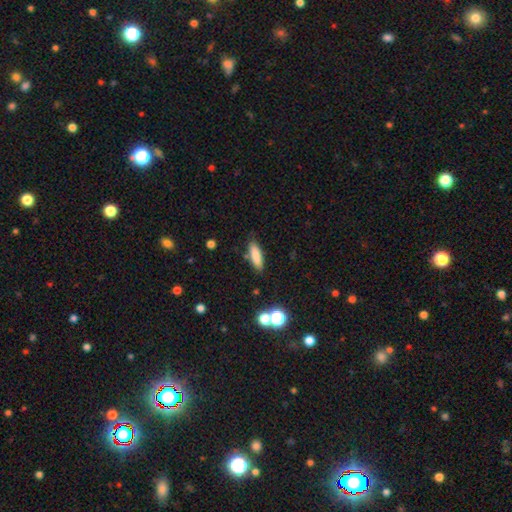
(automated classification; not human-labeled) Smooth or featured?
  - smooth: 83% *
  - star or artifact: 8%
  - featured or disk: 8%
How rounded?
  - cigar-shaped: 50% *
  - in between: 47%
  - round: 2%
Merging?
  - none: 81% *
  - minor disturbance: 13%
  - merger: 3%
  - major disturbance: 3%